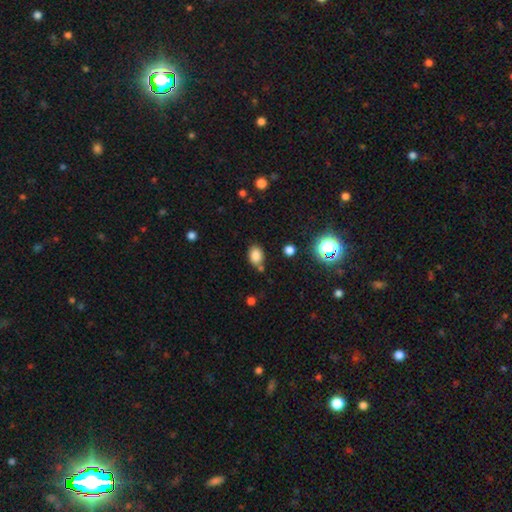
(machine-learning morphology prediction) Smooth or featured?
  - smooth: 83% *
  - star or artifact: 12%
  - featured or disk: 5%
How rounded?
  - in between: 72% *
  - round: 27%
  - cigar-shaped: 1%
Merging?
  - none: 69% *
  - minor disturbance: 16%
  - merger: 11%
  - major disturbance: 4%